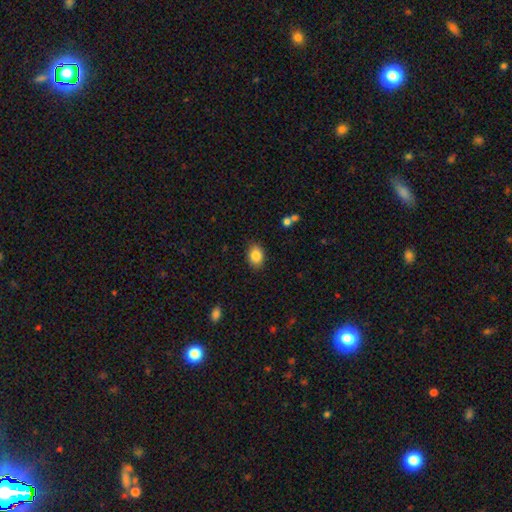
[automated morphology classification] This appears to be a smooth galaxy with no disk features (86%) that is in between round and cigar-shaped (67%). Merging: none (87%).